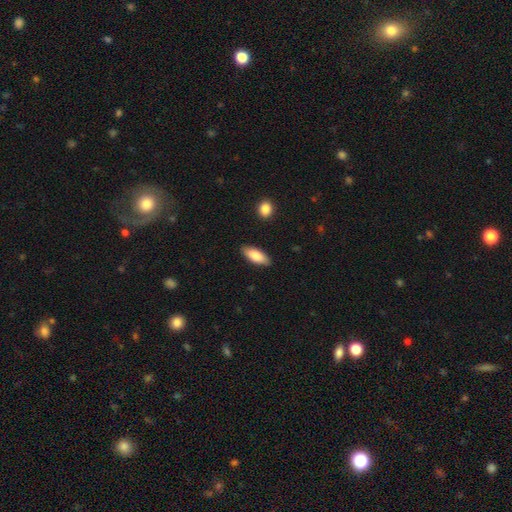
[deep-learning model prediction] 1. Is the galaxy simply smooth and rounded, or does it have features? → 83% smooth, 11% featured or disk, 6% star or artifact.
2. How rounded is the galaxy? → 80% in between, 18% cigar-shaped, 2% round.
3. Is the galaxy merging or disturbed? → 87% none, 10% minor disturbance, 2% major disturbance, 1% merger.